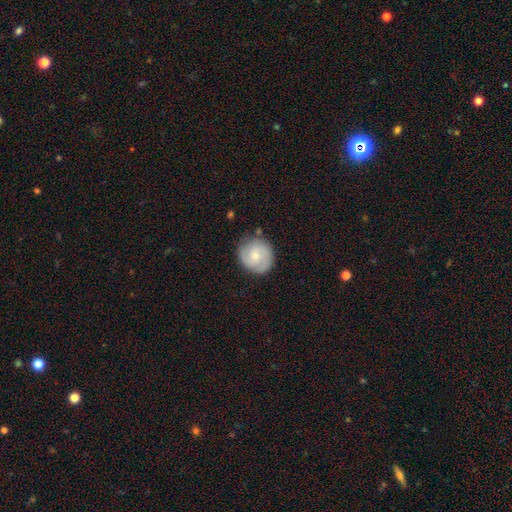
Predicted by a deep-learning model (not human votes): smooth-or-featured: featured or disk: 59% | smooth: 34% | star or artifact: 7%
  disk-edge-on: no: 98% | yes: 2%
    bar: no: 69% | weak: 27% | strong: 4%
    has-spiral-arms: yes: 89% | no: 11%
      spiral-winding: tight: 52% | medium: 37% | loose: 11%
      spiral-arm-count: 2: 59% | can't tell: 19% | 3: 13% | 1: 4% | 4: 3% | more than 4: 2%
    bulge-size: small: 64% | moderate: 32% | none: 2% | large: 1% | dominant: 1%
  merging: none: 78% | minor disturbance: 16% | major disturbance: 4% | merger: 2%